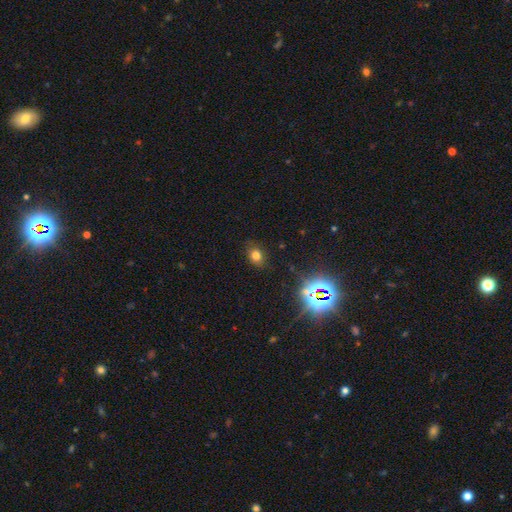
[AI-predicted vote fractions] Morphology: type=smooth (71%); roundness=round (51%); merging=none (84%).